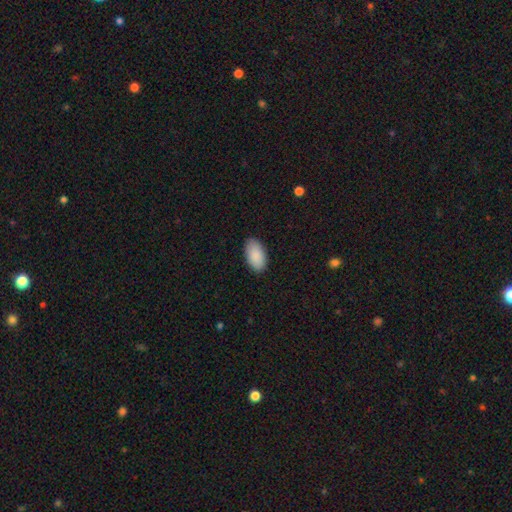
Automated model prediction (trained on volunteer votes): A smooth galaxy with no disk features (91%) that is in between round and cigar-shaped (96%).

Vote fractions:
- Smooth or featured? smooth: 91% / star or artifact: 6% / featured or disk: 4%
- How rounded? in between: 96% / round: 3% / cigar-shaped: 2%
- Merging? none: 88% / minor disturbance: 9% / major disturbance: 2% / merger: 1%